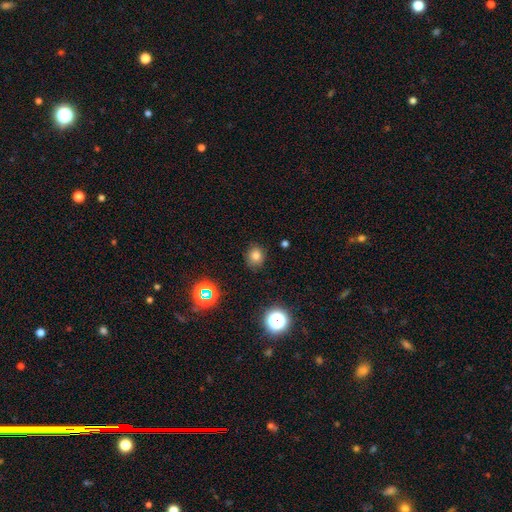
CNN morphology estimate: Smooth or featured? Predicted: smooth (p=0.77). How rounded? Predicted: round (p=0.76). Merging? Predicted: none (p=0.84).